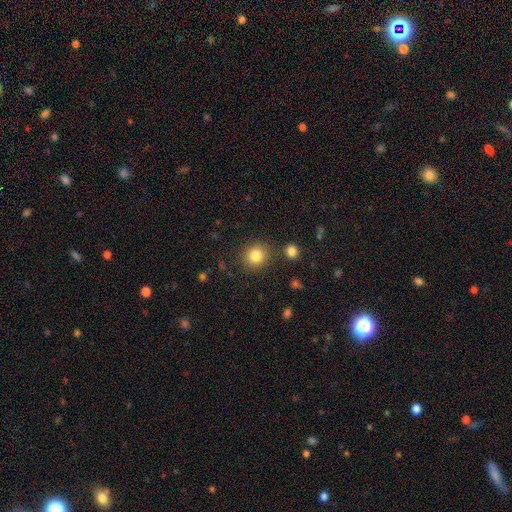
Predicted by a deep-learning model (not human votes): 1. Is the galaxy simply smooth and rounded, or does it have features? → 83% smooth, 11% star or artifact, 6% featured or disk.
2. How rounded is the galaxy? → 87% round, 12% in between, 1% cigar-shaped.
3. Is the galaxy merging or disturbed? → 85% none, 8% minor disturbance, 4% merger, 3% major disturbance.